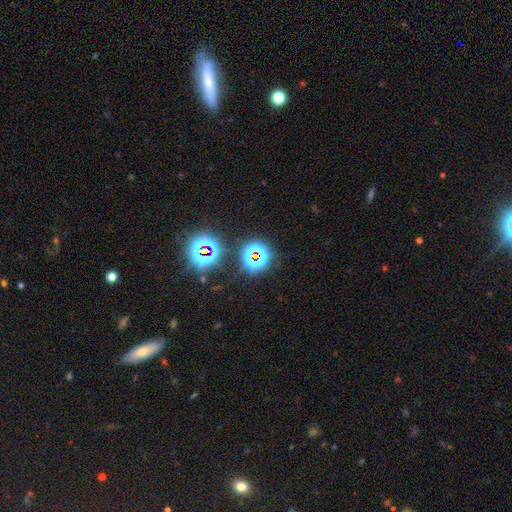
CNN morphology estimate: This is likely a star or artifact rather than a galaxy (73%).